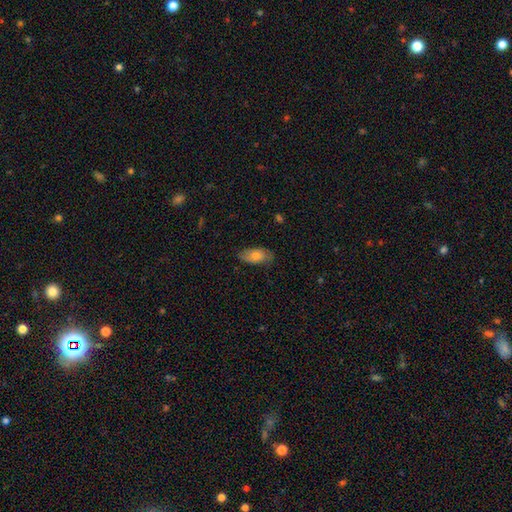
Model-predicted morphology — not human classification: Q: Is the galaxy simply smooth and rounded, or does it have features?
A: smooth — 68%.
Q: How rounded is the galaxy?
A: in between — 91%.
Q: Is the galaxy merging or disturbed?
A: none — 74%.